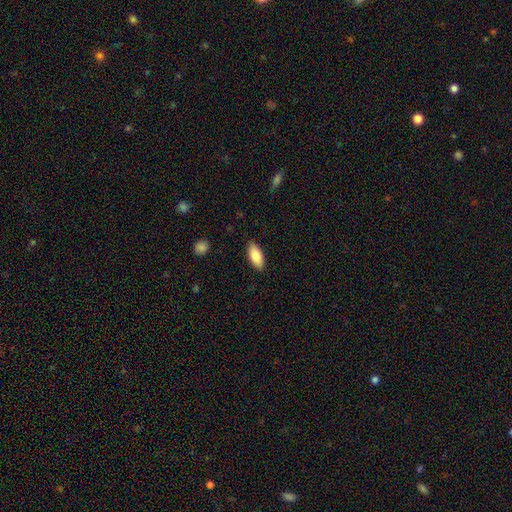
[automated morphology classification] This is clearly a smooth galaxy (82%). How rounded: clearly in between (85%). Merging: clearly none (87%).